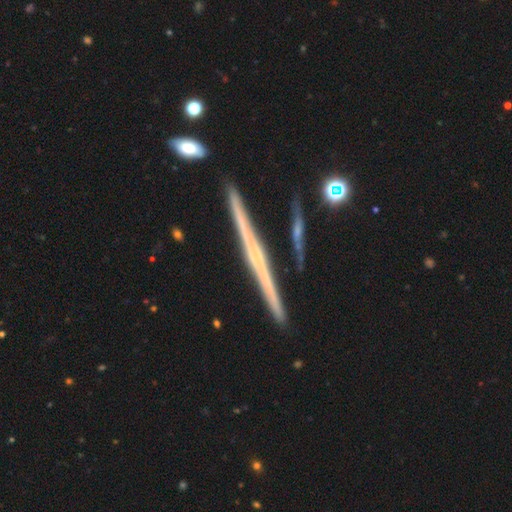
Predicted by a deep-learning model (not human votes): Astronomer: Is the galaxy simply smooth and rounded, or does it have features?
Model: featured or disk — 76%.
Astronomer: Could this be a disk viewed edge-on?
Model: yes — 98%.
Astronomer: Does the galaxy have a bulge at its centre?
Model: none — 57% (runner-up: rounded, 33%).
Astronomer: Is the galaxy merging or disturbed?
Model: none — 88%.